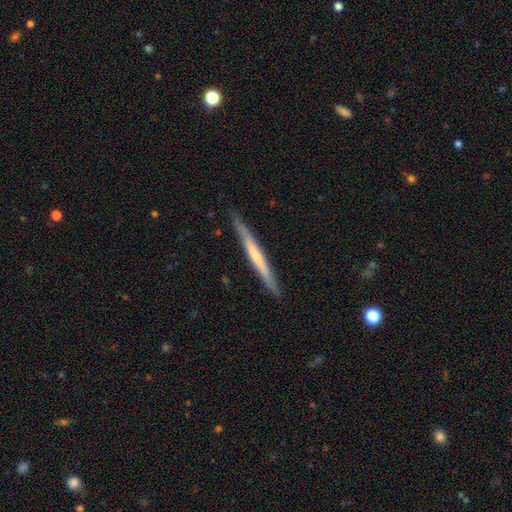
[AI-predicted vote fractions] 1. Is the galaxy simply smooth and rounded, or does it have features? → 58% featured or disk, 37% smooth, 5% star or artifact.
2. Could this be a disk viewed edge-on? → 96% yes, 4% no.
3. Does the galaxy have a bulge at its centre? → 62% none, 32% rounded, 6% boxy.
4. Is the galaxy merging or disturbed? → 90% none, 8% minor disturbance, 1% major disturbance, 1% merger.